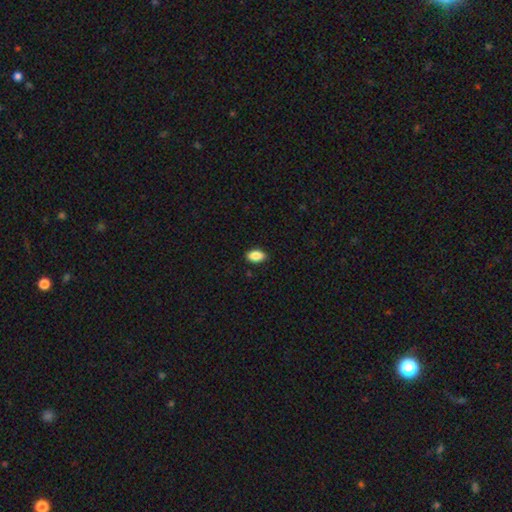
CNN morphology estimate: A smooth galaxy with no disk features (88%) that is in between round and cigar-shaped (91%). Merging: none (89%).